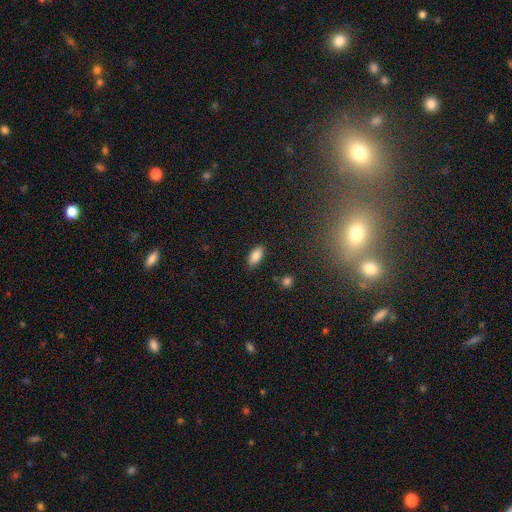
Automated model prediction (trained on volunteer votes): This is clearly a smooth galaxy (84%). How rounded: clearly in between (88%). Merging: clearly none (86%).